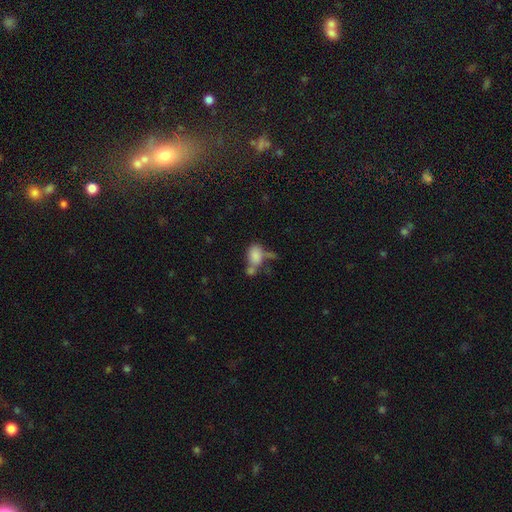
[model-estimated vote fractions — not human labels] Morphology: type=smooth (77%); roundness=in between (81%); merging=merger (48%).